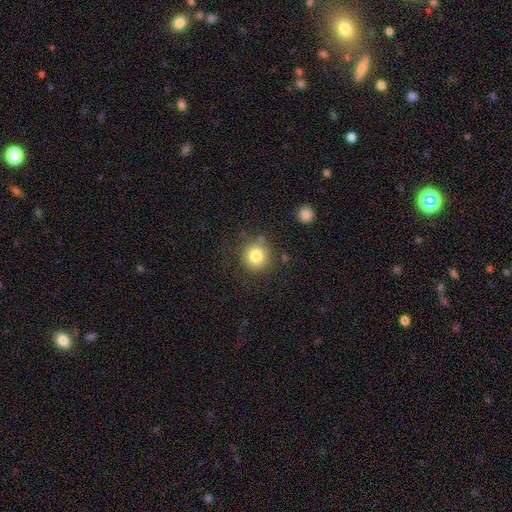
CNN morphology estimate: A smooth galaxy with no disk features (81%) that is round (91%).

Vote fractions:
- Smooth or featured? smooth: 81% / star or artifact: 11% / featured or disk: 8%
- How rounded? round: 91% / in between: 8% / cigar-shaped: 1%
- Merging? none: 80% / minor disturbance: 12% / major disturbance: 5% / merger: 4%